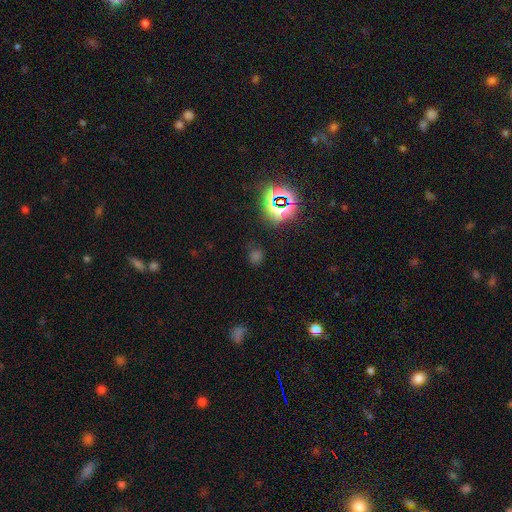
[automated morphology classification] Smooth or featured: star or artifact — 58% (smooth — 35%)